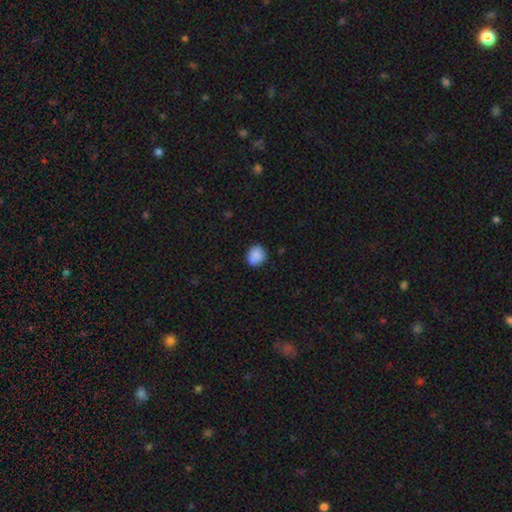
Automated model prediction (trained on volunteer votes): smooth-or-featured: smooth: 88% | star or artifact: 8% | featured or disk: 5%
  how-rounded: round: 74% | in between: 26% | cigar-shaped: 1%
  merging: none: 82% | minor disturbance: 14% | major disturbance: 3% | merger: 1%